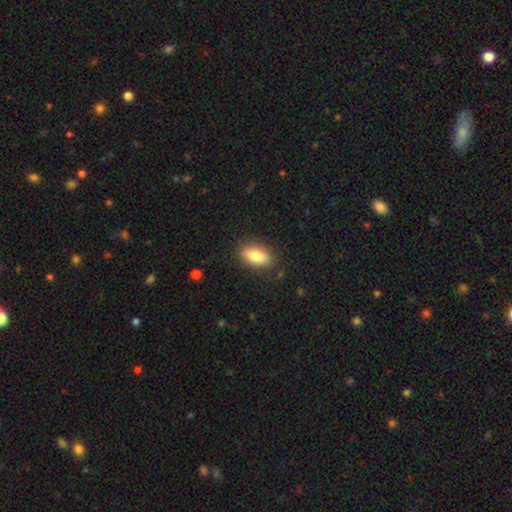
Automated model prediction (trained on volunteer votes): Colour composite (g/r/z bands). It shows a smooth galaxy with no disk features (82%) that is in between round and cigar-shaped (87%). Merging: none (85%).